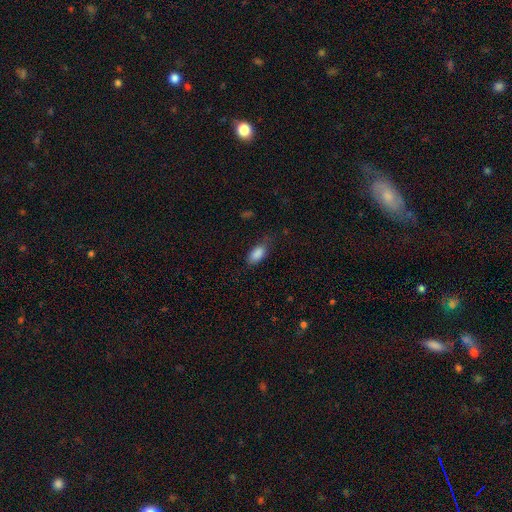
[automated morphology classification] Overall: smooth (87%). How rounded: in between (91%). Merging: none (66%).